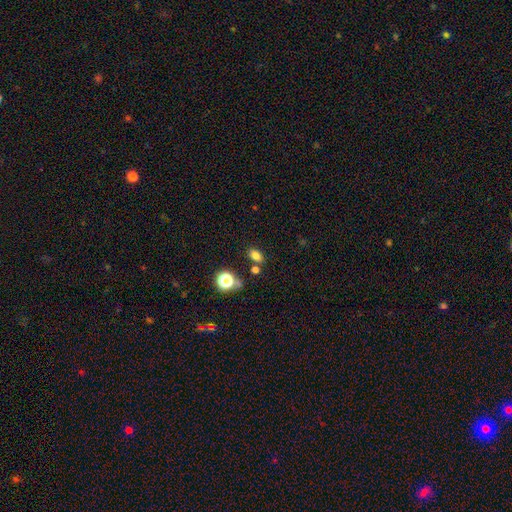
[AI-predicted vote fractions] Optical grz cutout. It shows a smooth galaxy with no disk features (77%) that is in between round and cigar-shaped (79%). Merging: none (76%).